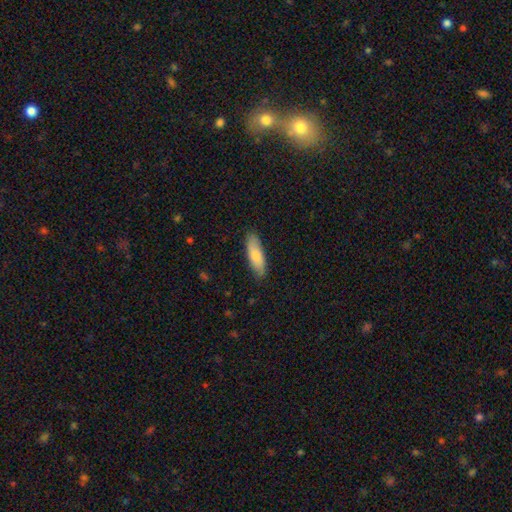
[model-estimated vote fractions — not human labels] smooth 78%, featured or disk 16%, star or artifact 5%. Down the decision tree: how rounded — in between (50%); merging — none (84%).